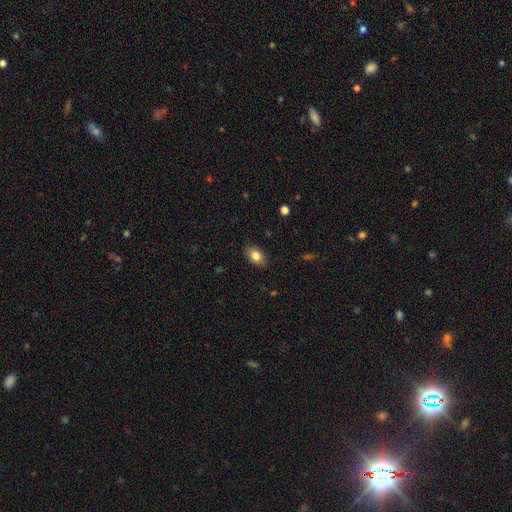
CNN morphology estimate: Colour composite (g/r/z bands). It shows a smooth galaxy with no disk features (83%) that is in between round and cigar-shaped (88%). Merging: none (86%).